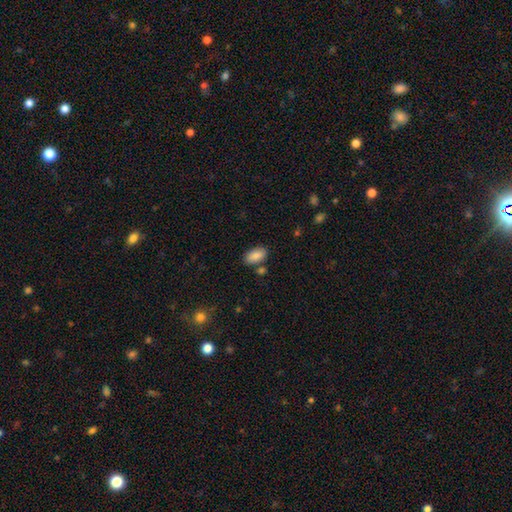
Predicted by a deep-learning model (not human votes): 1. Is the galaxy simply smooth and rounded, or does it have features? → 87% smooth, 7% star or artifact, 6% featured or disk.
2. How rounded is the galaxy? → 94% in between, 3% round, 3% cigar-shaped.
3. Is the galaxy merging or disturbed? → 78% none, 11% minor disturbance, 8% merger, 3% major disturbance.